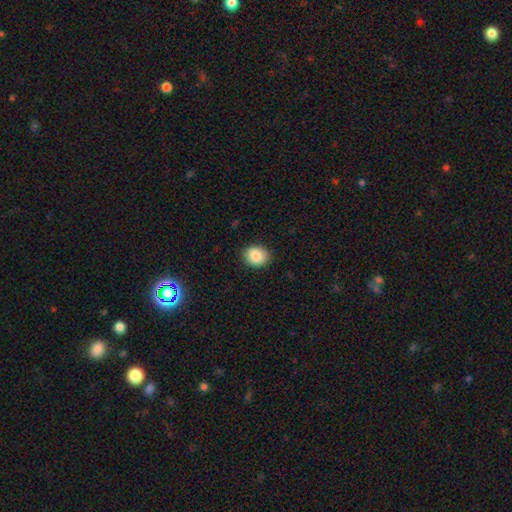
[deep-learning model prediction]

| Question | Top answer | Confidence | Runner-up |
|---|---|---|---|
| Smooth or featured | smooth | 86% | star or artifact (8%) |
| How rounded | round | 55% | in between (45%) |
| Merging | none | 89% | minor disturbance (8%) |